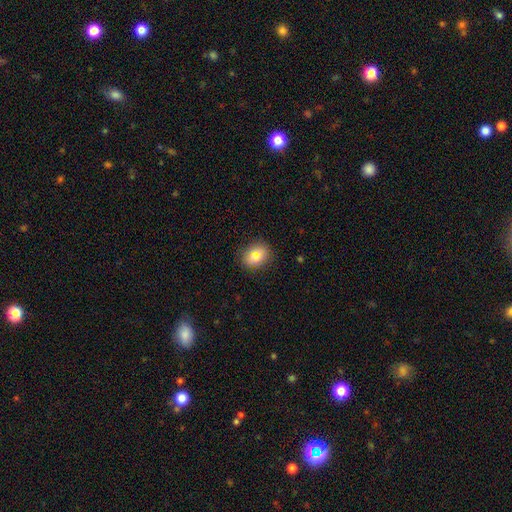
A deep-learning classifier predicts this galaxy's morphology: smooth 76%, featured or disk 13%, star or artifact 12%. Down the decision tree: how rounded — in between (51%); merging — none (82%).